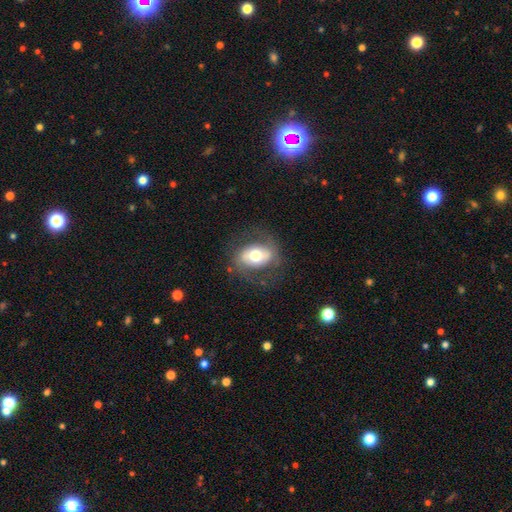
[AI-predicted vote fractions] Q: Smooth or featured?
A: smooth (47%); runner-up: featured or disk (46%)
Q: Merging?
A: none (72%); runner-up: minor disturbance (16%)